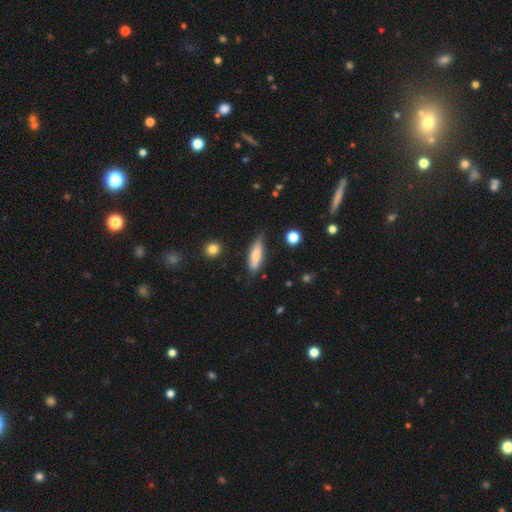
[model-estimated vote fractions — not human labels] Overall: smooth (71%). How rounded: cigar-shaped (55%; in between 43%). Merging: none (70%).